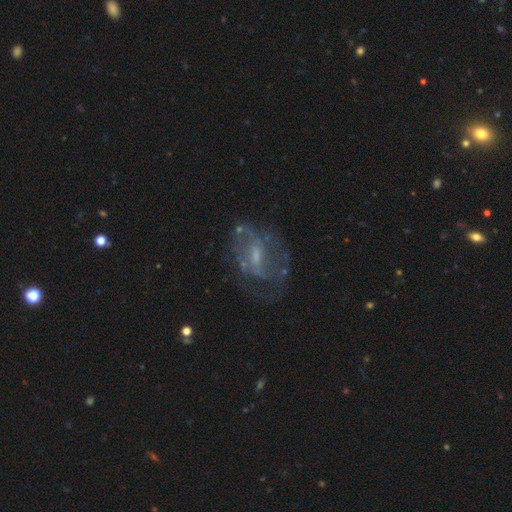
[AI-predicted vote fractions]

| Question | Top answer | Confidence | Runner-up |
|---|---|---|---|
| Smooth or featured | featured or disk | 70% | smooth (18%) |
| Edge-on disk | no | 96% | yes (4%) |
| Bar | weak | 47% | no (39%) |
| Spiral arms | yes | 58% | no (42%) |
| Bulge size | small | 50% | moderate (30%) |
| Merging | none | 54% | major disturbance (23%) |